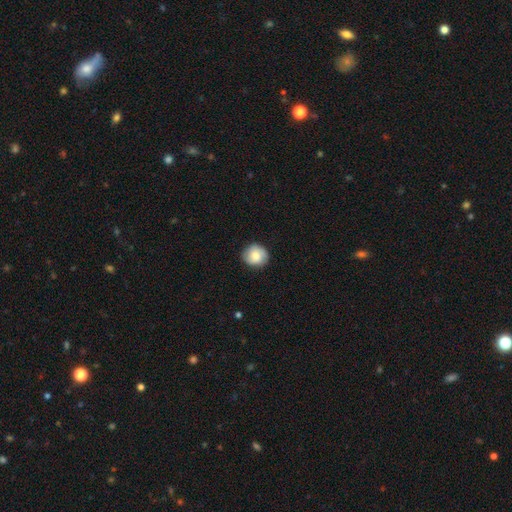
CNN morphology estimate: Smooth or featured? smooth (73%)
How rounded? round (85%)
Merging? none (85%)